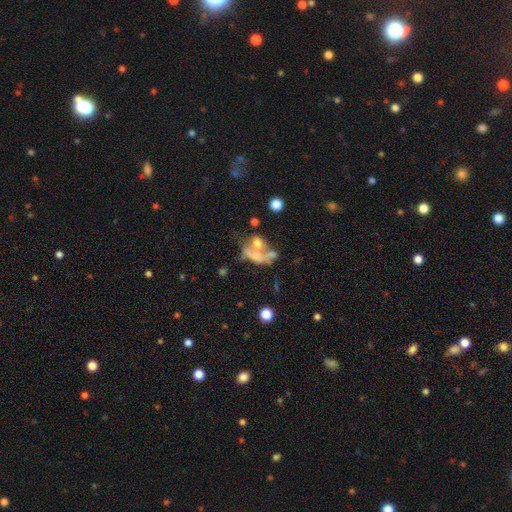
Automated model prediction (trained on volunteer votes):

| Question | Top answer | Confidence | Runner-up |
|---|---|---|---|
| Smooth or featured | featured or disk | 47% | smooth (38%) |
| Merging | merger | 47% | major disturbance (23%) |